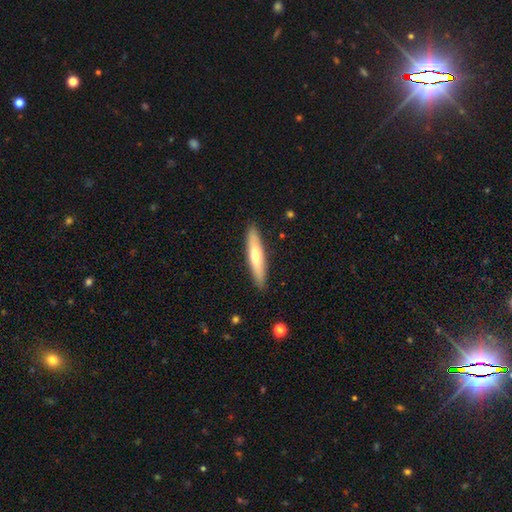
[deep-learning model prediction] Morphology: type=smooth (62%); roundness=cigar-shaped (87%); merging=none (89%).